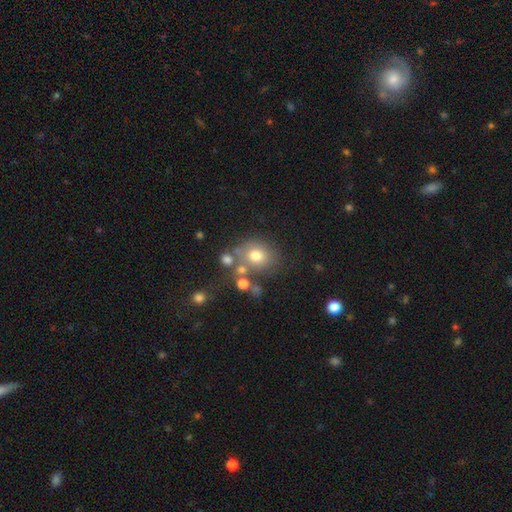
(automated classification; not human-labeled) Smooth or featured?
  - smooth: 69% *
  - featured or disk: 17%
  - star or artifact: 14%
How rounded?
  - round: 70% *
  - in between: 29%
  - cigar-shaped: 1%
Merging?
  - none: 57% *
  - merger: 18%
  - minor disturbance: 15%
  - major disturbance: 9%